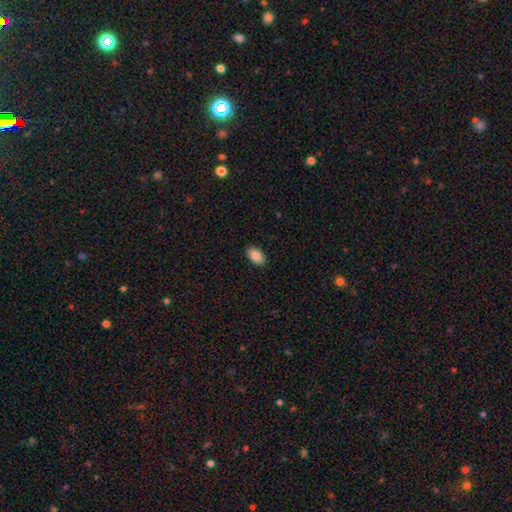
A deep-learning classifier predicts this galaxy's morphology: Smooth or featured? Predicted: smooth (p=0.86). How rounded? Predicted: in between (p=0.92). Merging? Predicted: none (p=0.90).